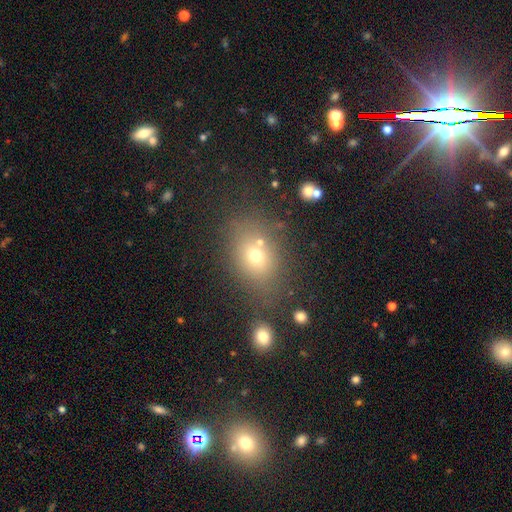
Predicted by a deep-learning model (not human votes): Smooth or featured? smooth (66%)
How rounded? in between (60%)
Merging? none (67%)